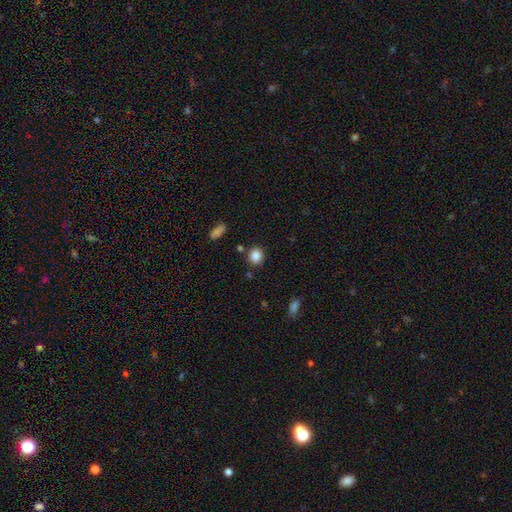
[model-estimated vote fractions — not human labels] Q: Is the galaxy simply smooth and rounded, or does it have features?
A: smooth — 86%.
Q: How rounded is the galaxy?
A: round — 78%.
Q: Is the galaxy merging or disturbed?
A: none — 83%.